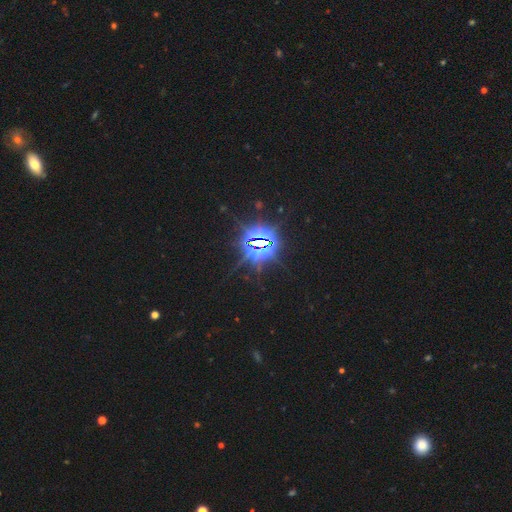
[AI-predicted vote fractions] Q: Smooth or featured?
A: star or artifact (86%); runner-up: featured or disk (8%)